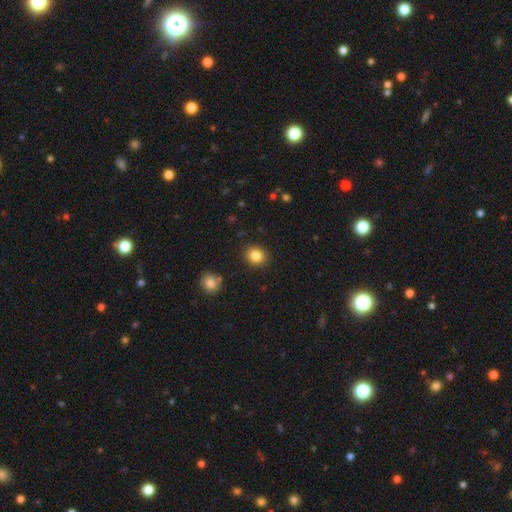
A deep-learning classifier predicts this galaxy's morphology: Smooth or featured?
  - smooth: 84% *
  - star or artifact: 10%
  - featured or disk: 6%
How rounded?
  - round: 72% *
  - in between: 27%
  - cigar-shaped: 1%
Merging?
  - none: 90% *
  - minor disturbance: 7%
  - major disturbance: 2%
  - merger: 1%